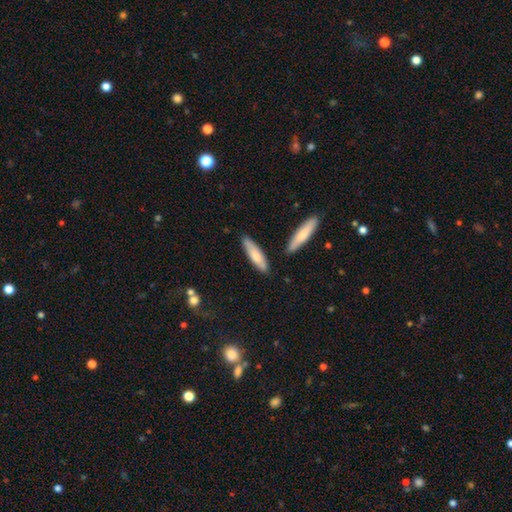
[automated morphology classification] Smooth or featured: smooth — 74% (featured or disk — 20%)
How rounded: cigar-shaped — 65% (in between — 33%)
Merging: none — 79% (minor disturbance — 14%)